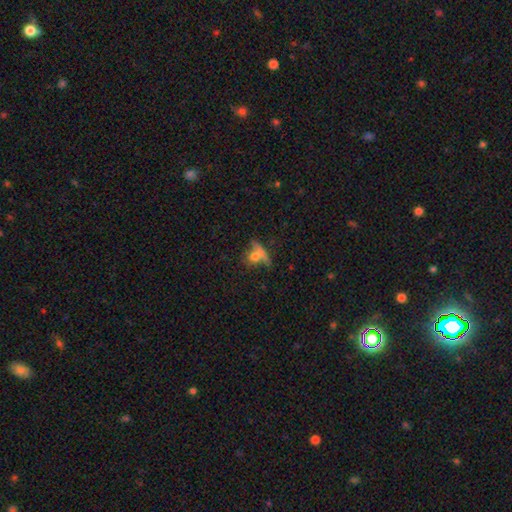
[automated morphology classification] Smooth or featured?
  - smooth: 62% *
  - featured or disk: 25%
  - star or artifact: 13%
How rounded?
  - round: 51% *
  - in between: 31%
  - cigar-shaped: 18%
Merging?
  - none: 41% *
  - merger: 37%
  - minor disturbance: 12%
  - major disturbance: 10%